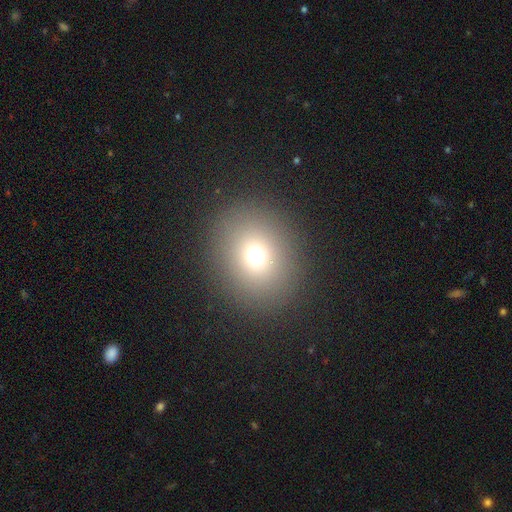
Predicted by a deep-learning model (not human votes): Smooth or featured? Predicted: smooth (p=0.70). How rounded? Predicted: round (p=0.65). Merging? Predicted: none (p=0.87).